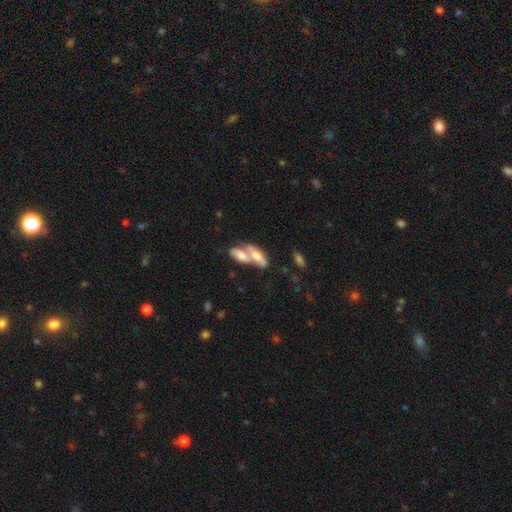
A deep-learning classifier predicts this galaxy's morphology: smooth-or-featured: smooth: 60% | featured or disk: 32% | star or artifact: 8%
  how-rounded: in between: 78% | cigar-shaped: 18% | round: 4%
  merging: merger: 73% | none: 16% | minor disturbance: 6% | major disturbance: 5%